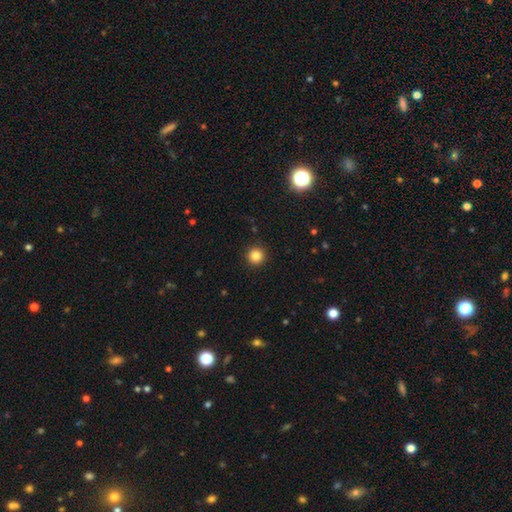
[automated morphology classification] Smooth or featured? Predicted: smooth (p=0.84). How rounded? Predicted: round (p=0.96). Merging? Predicted: none (p=0.93).